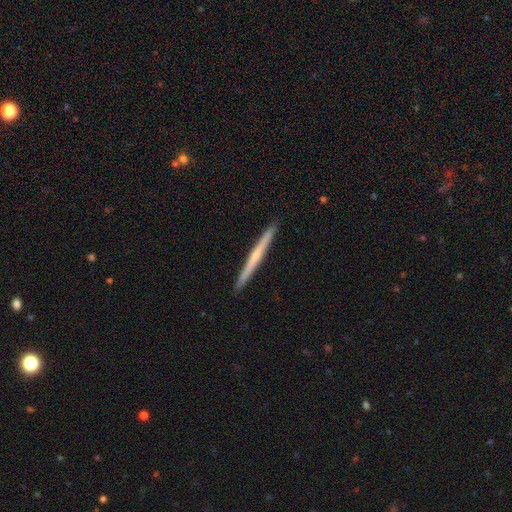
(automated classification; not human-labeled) This is possibly a featured or disk galaxy (60%). It is clearly viewed edge-on (98%). Edge-on bulge: possibly none (53%). Merging: clearly none (93%).